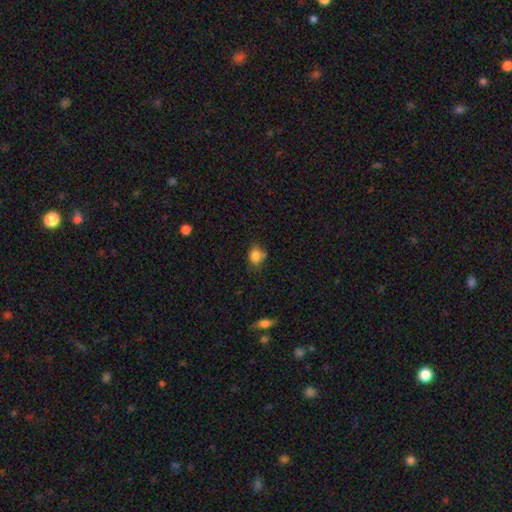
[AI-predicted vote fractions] smooth_or_featured: smooth (p=0.82) [alt: star or artifact p=0.10]
how_rounded: round (p=0.60) [alt: in between p=0.39]
merging: none (p=0.60) [alt: minor disturbance p=0.29]